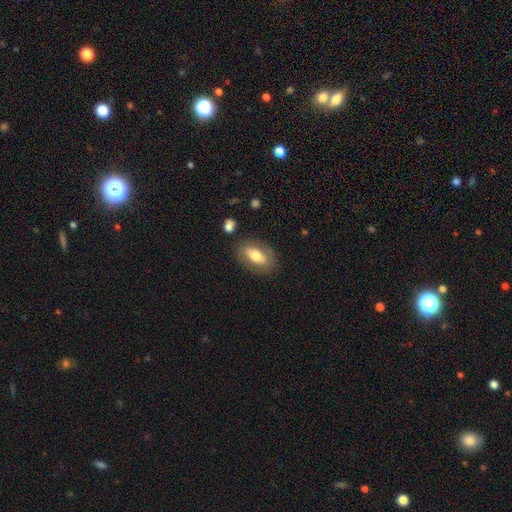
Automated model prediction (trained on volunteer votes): The model was most divided on "smooth or featured": smooth: 62%, featured or disk: 32%, star or artifact: 7%. More confident: how rounded — in between (85%); merging — none (80%).